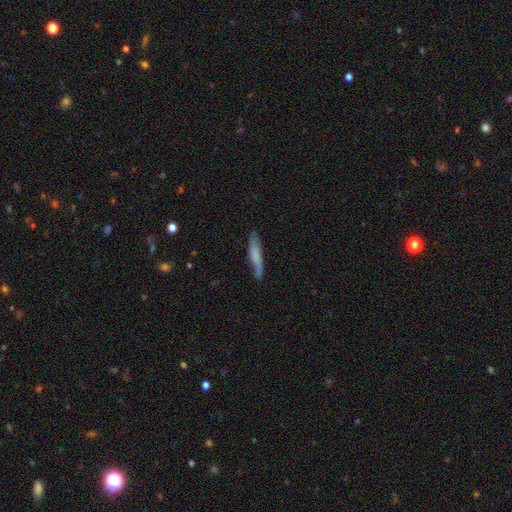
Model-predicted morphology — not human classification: type=smooth (53%); roundness=cigar-shaped (85%); merging=none (67%).